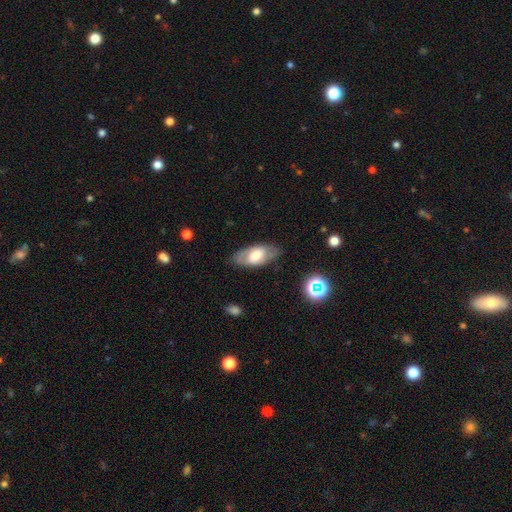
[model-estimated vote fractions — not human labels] Q: Smooth or featured?
A: smooth (52%); runner-up: featured or disk (41%)
Q: How rounded?
A: in between (90%); runner-up: cigar-shaped (7%)
Q: Merging?
A: none (80%); runner-up: minor disturbance (14%)